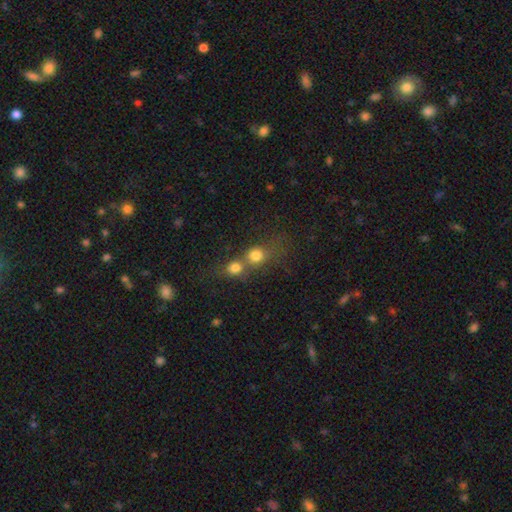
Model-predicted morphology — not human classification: Q: Smooth or featured?
A: smooth (75%); runner-up: star or artifact (13%)
Q: How rounded?
A: round (82%); runner-up: in between (16%)
Q: Merging?
A: merger (63%); runner-up: none (28%)